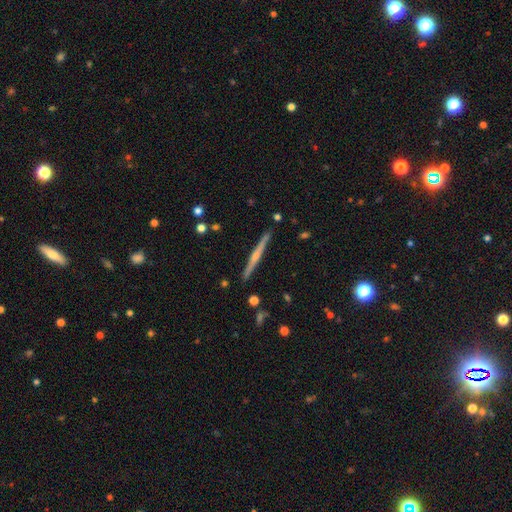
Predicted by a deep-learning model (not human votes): The model was most divided on "edge-on bulge": rounded: 72%, none: 22%, boxy: 6%. More confident: edge-on disk — yes (98%); merging — none (91%); smooth or featured — featured or disk (75%).